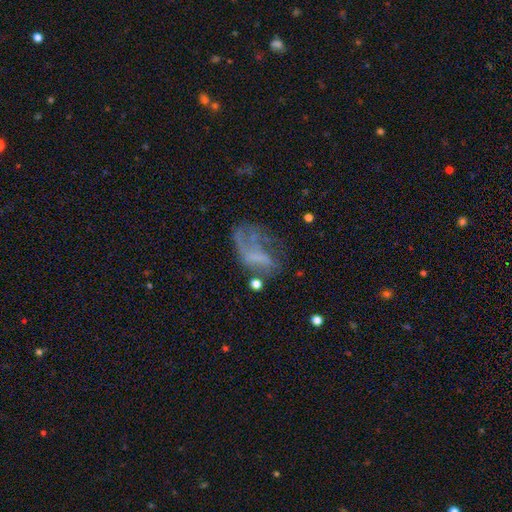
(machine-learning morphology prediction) This is possibly a featured or disk galaxy (55%). It is clearly not viewed edge-on (96%). Bar: likely no (68%). Spiral arm pattern: possibly no (57%). Central bulge: likely none (71%). Merging: marginally major disturbance (43%).